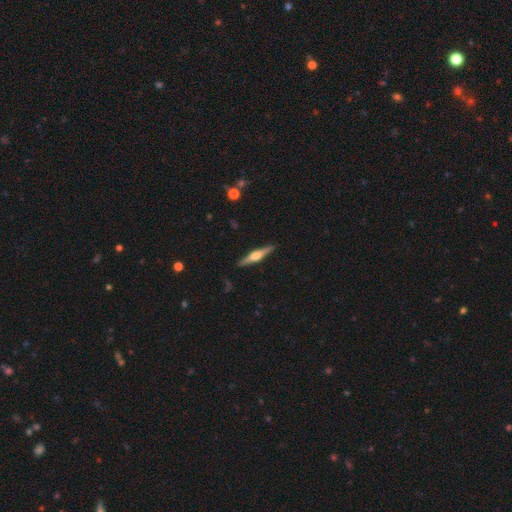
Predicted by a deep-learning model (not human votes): Smooth or featured: featured or disk — 70% (smooth — 25%)
Edge-on disk: yes — 98% (no — 2%)
Edge-on bulge: rounded — 85% (boxy — 11%)
Merging: none — 90% (minor disturbance — 7%)